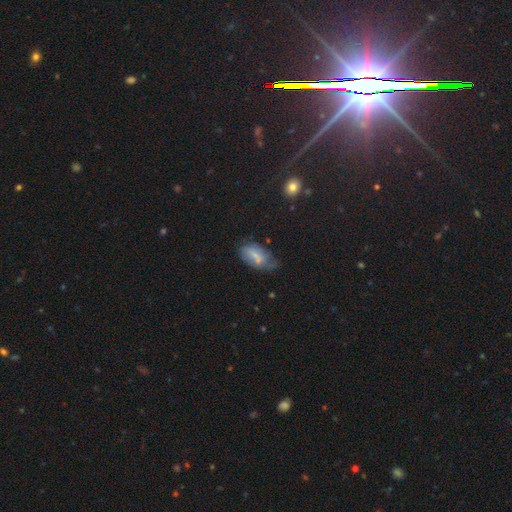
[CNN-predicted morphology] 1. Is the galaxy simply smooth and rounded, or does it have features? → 62% smooth, 28% featured or disk, 10% star or artifact.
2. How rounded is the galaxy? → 91% in between, 5% cigar-shaped, 4% round.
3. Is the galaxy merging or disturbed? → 44% none, 37% minor disturbance, 15% major disturbance, 4% merger.